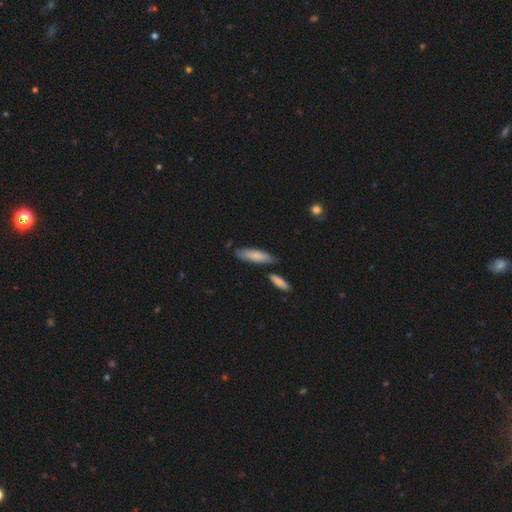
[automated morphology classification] This appears to be a smooth galaxy with no disk features (80%) that is cigar-shaped (60%). Merging: none (77%).